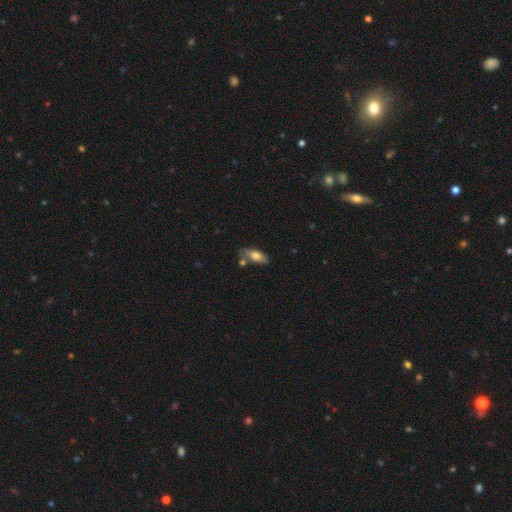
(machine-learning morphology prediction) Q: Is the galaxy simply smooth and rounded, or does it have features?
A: smooth — 68%.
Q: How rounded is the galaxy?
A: in between — 75%.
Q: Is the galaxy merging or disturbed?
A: none — 64%.